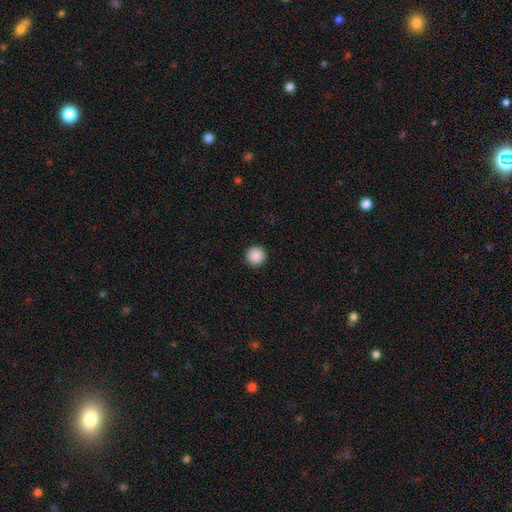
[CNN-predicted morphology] Smooth or featured? smooth (89%)
How rounded? round (97%)
Merging? none (94%)